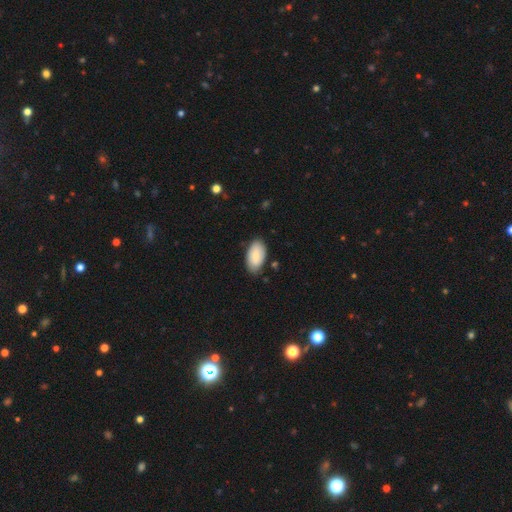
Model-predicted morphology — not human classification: Q: Smooth or featured?
A: smooth (82%); runner-up: featured or disk (12%)
Q: How rounded?
A: in between (96%); runner-up: round (3%)
Q: Merging?
A: none (81%); runner-up: minor disturbance (15%)